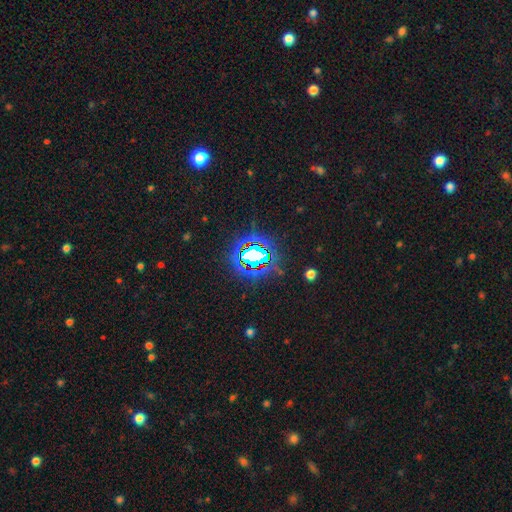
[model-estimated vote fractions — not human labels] This appears to be a star or artifact, not a galaxy (74%).